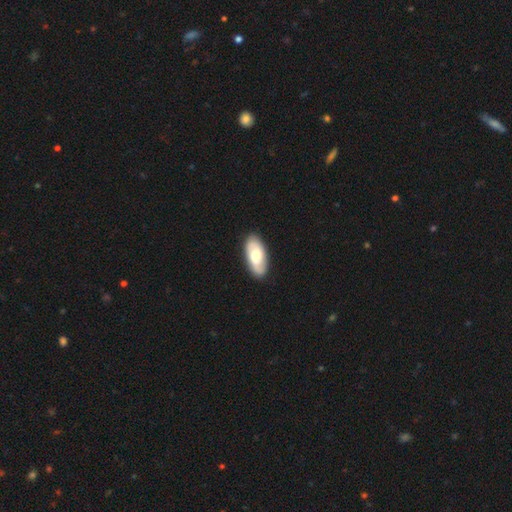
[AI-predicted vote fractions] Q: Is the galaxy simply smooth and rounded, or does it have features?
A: smooth — 51%.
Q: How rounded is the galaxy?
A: in between — 91%.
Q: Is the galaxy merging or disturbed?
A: none — 88%.